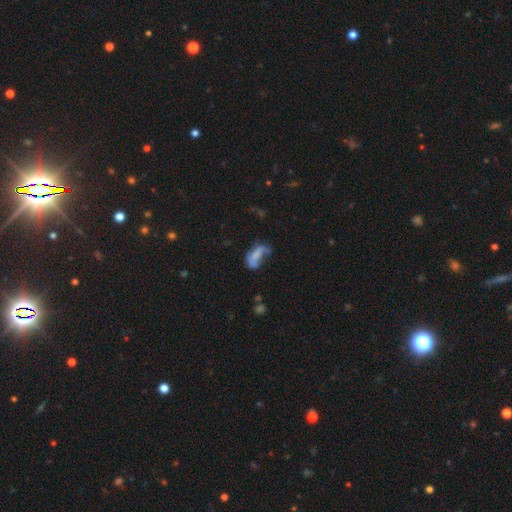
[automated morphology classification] Smooth or featured?
  - smooth: 52% *
  - featured or disk: 35%
  - star or artifact: 12%
How rounded?
  - in between: 79% *
  - cigar-shaped: 15%
  - round: 5%
Merging?
  - major disturbance: 41% *
  - none: 25%
  - minor disturbance: 23%
  - merger: 11%